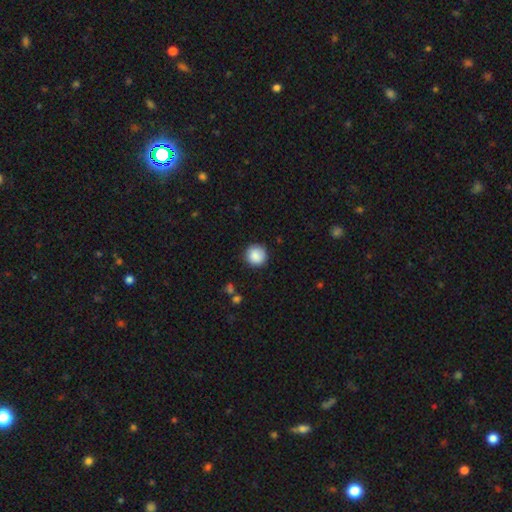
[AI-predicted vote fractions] Q: Smooth or featured?
A: smooth (87%); runner-up: star or artifact (8%)
Q: How rounded?
A: round (94%); runner-up: in between (5%)
Q: Merging?
A: none (87%); runner-up: minor disturbance (9%)